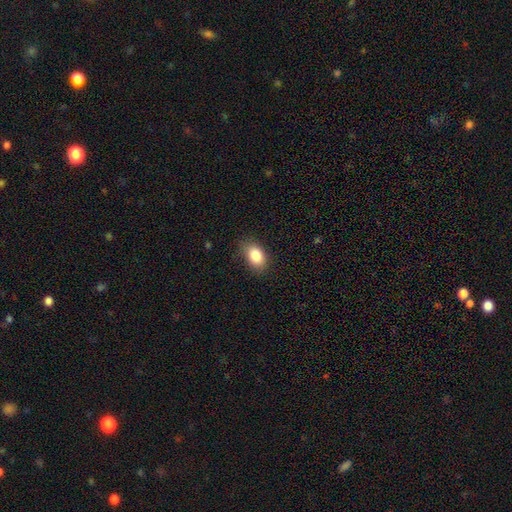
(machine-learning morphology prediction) A smooth galaxy with no disk features (85%) that is in between round and cigar-shaped (86%).

Vote fractions:
- Smooth or featured? smooth: 85% / star or artifact: 8% / featured or disk: 7%
- How rounded? in between: 86% / round: 13% / cigar-shaped: 1%
- Merging? none: 77% / minor disturbance: 18% / major disturbance: 4% / merger: 1%